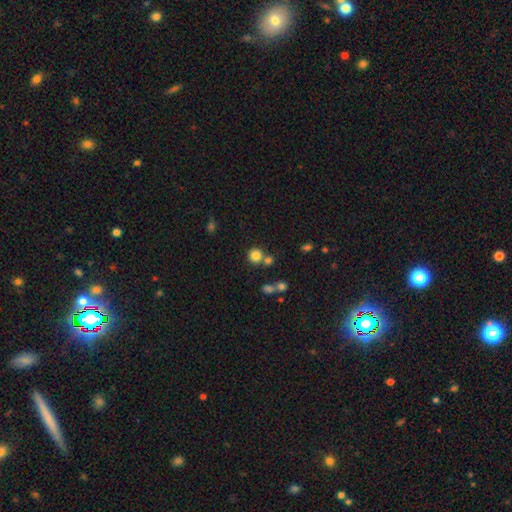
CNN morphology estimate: This is clearly a smooth galaxy (81%). How rounded: clearly round (91%). Merging: likely none (68%).